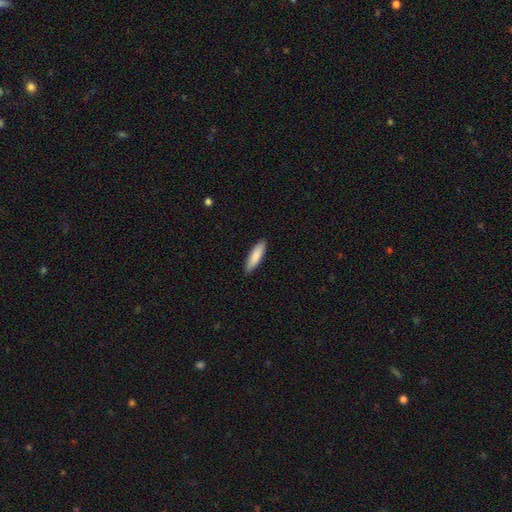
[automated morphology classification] The model was most divided on "how rounded": cigar-shaped: 64%, in between: 34%, round: 1%. More confident: merging — none (88%); smooth or featured — smooth (86%).